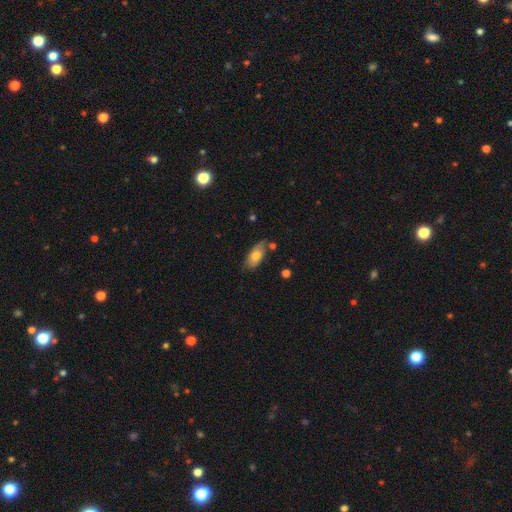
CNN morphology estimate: This appears to be a smooth galaxy with no disk features (72%) that is in between round and cigar-shaped (88%). Merging: none (68%).